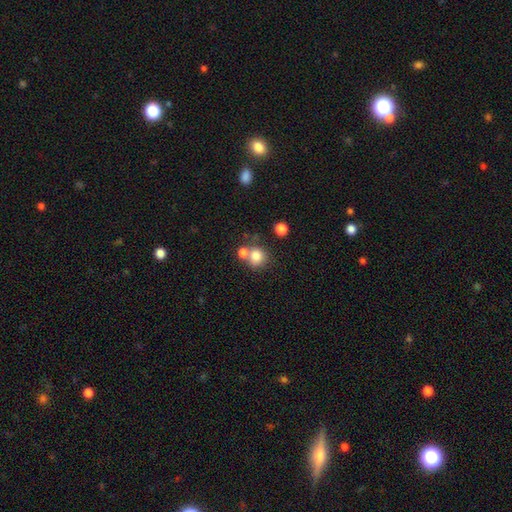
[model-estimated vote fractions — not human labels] Smooth or featured? Predicted: smooth (p=0.80). How rounded? Predicted: round (p=0.87). Merging? Predicted: none (p=0.54).